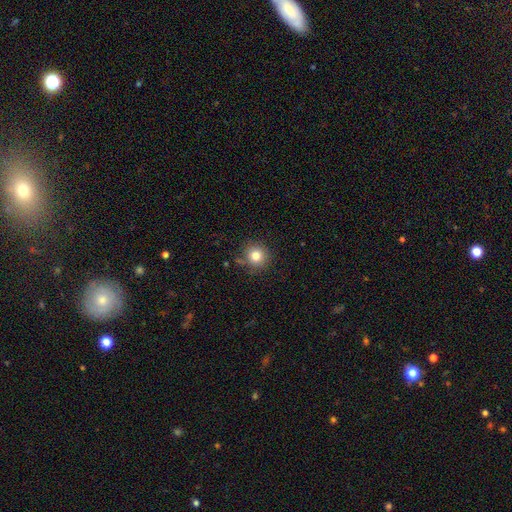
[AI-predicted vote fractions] This is clearly a smooth galaxy (80%). How rounded: clearly round (92%). Merging: clearly none (82%).